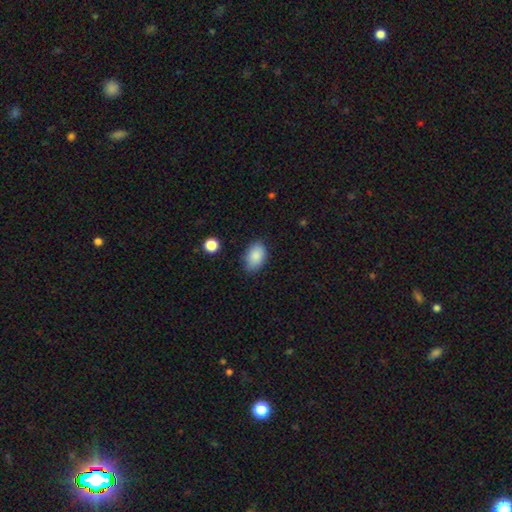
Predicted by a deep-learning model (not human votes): Smooth or featured?
  - smooth: 88% *
  - star or artifact: 7%
  - featured or disk: 4%
How rounded?
  - in between: 89% *
  - round: 10%
  - cigar-shaped: 1%
Merging?
  - none: 81% *
  - minor disturbance: 15%
  - major disturbance: 3%
  - merger: 1%